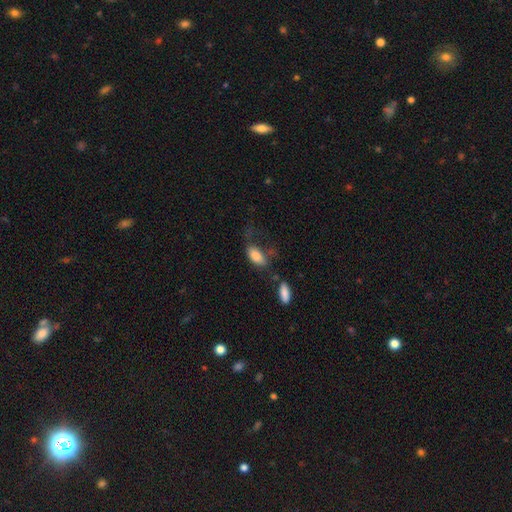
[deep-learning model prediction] smooth_or_featured: smooth (p=0.82) [alt: featured or disk p=0.11]
how_rounded: in between (p=0.90) [alt: cigar-shaped p=0.07]
merging: none (p=0.40) [alt: major disturbance p=0.26]